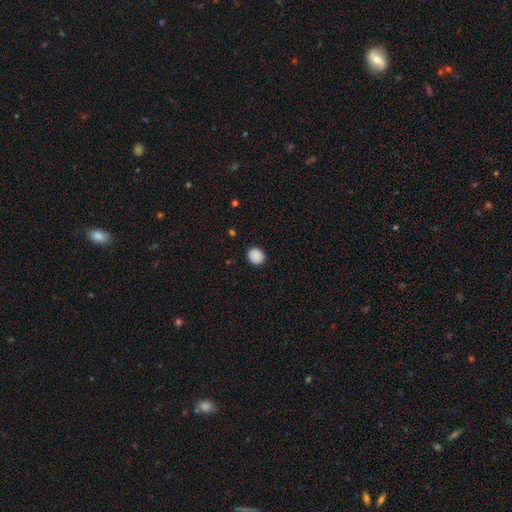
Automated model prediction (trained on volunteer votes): This appears to be a smooth galaxy with no disk features (89%) that is round (73%). Merging: none (89%).